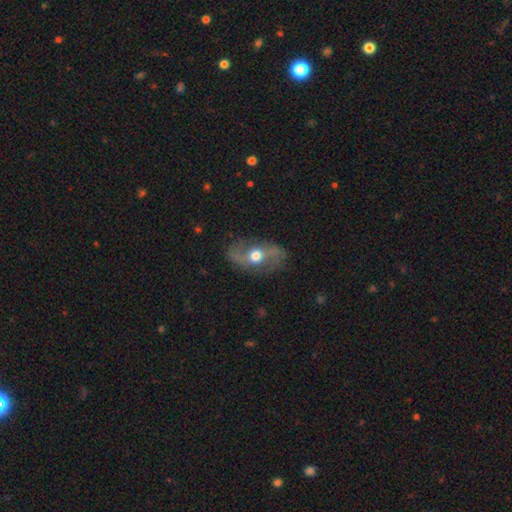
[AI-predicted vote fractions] smooth_or_featured: featured or disk (p=0.72) [alt: smooth p=0.21]
disk_edge_on: no (p=0.90) [alt: yes p=0.10]
bar: no (p=0.59) [alt: weak p=0.28]
has_spiral_arms: yes (p=0.75) [alt: no p=0.25]
bulge_size: moderate (p=0.71) [alt: large p=0.19]
merging: none (p=0.77) [alt: minor disturbance p=0.15]